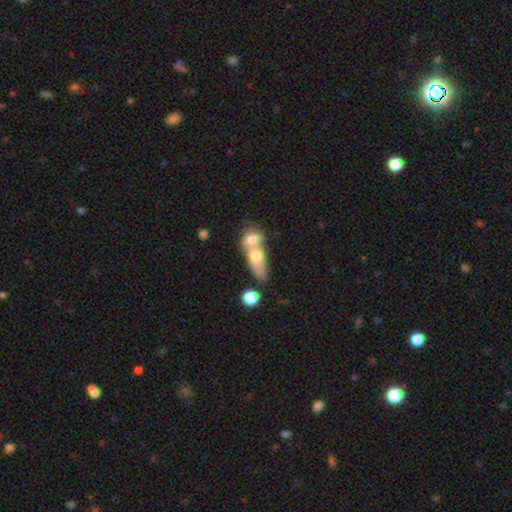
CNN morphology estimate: Smooth or featured: smooth — 64% (featured or disk — 27%)
How rounded: in between — 59% (round — 23%)
Merging: merger — 74% (none — 15%)